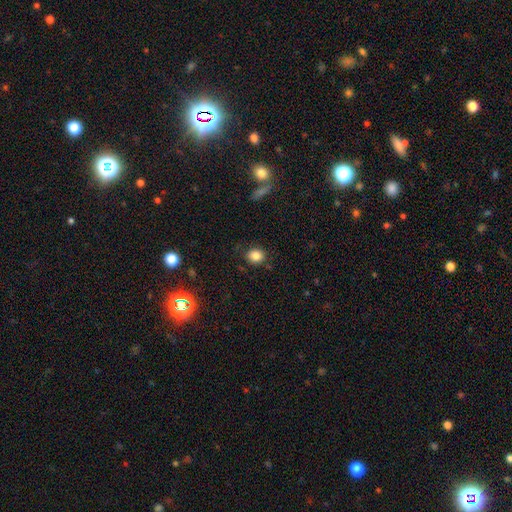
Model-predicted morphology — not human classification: smooth 82%, star or artifact 11%, featured or disk 6%. Down the decision tree: how rounded — round (72%); merging — none (83%).